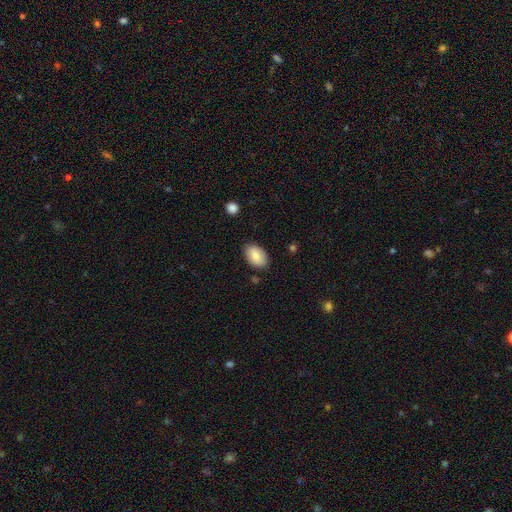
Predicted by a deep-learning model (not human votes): The model was most divided on "merging": none: 83%, minor disturbance: 13%, major disturbance: 3%, merger: 2%. More confident: how rounded — in between (91%); smooth or featured — smooth (84%).